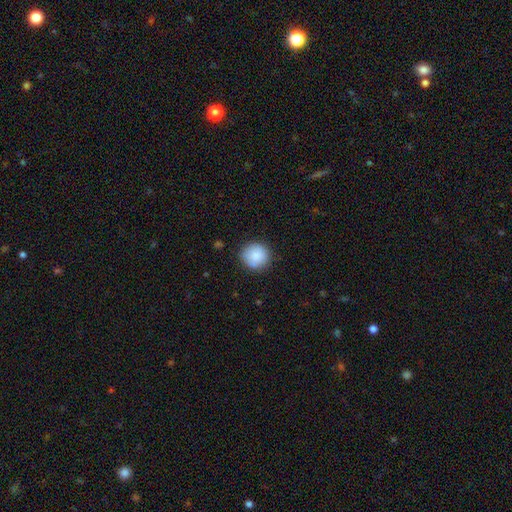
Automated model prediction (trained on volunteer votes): Morphology: type=smooth (87%); roundness=round (92%); merging=none (85%).